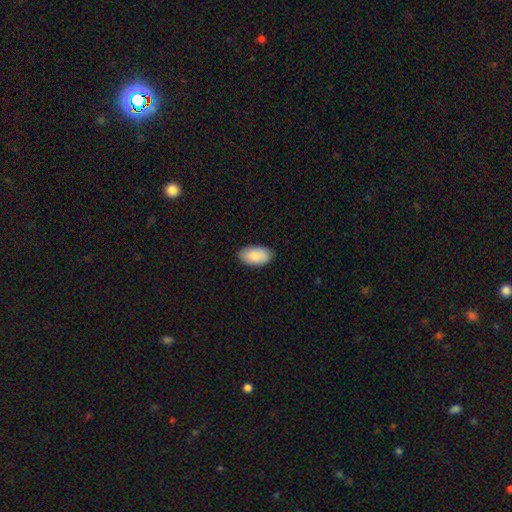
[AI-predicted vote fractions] This appears to be a smooth galaxy with no disk features (88%) that is in between round and cigar-shaped (95%). Merging: none (86%).